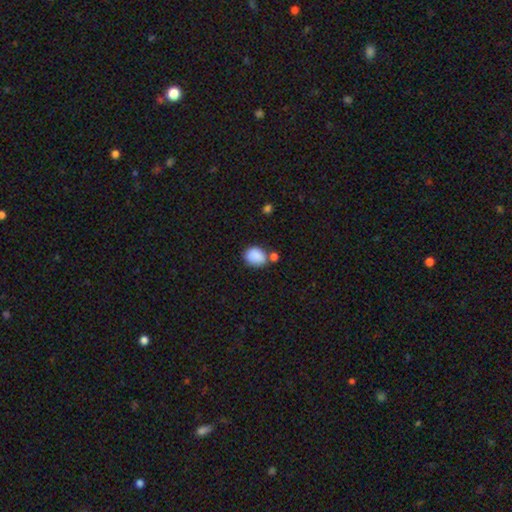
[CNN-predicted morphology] smooth 87%, star or artifact 8%, featured or disk 5%. Down the decision tree: how rounded — in between (55%); merging — none (56%).